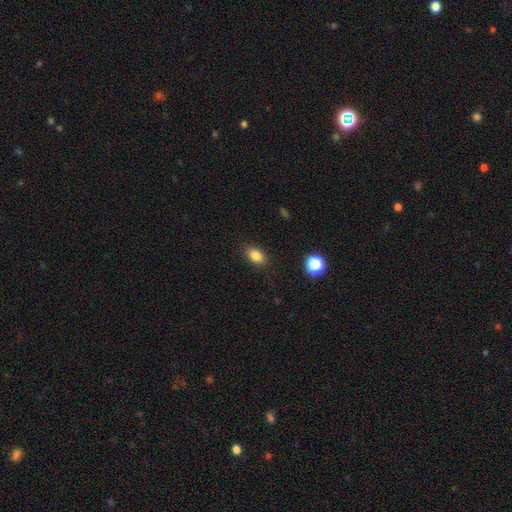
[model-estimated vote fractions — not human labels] Morphology: type=smooth (83%); roundness=in between (82%); merging=none (87%).